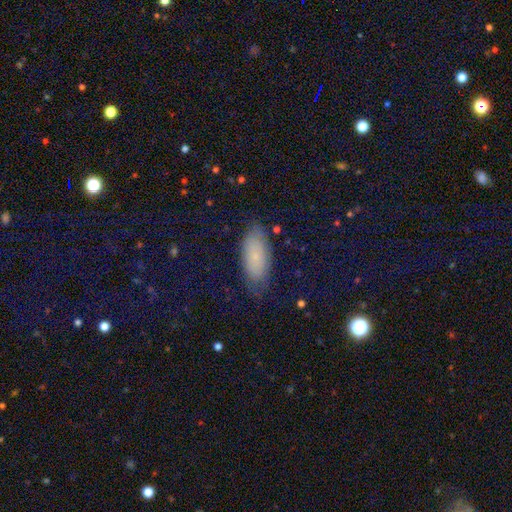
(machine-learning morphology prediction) This is likely a smooth galaxy (69%). How rounded: clearly in between (86%). Merging: likely none (75%).